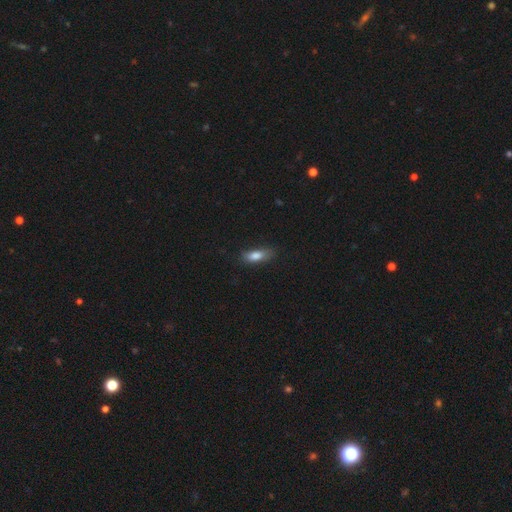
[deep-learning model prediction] The model was most divided on "how rounded": in between: 69%, cigar-shaped: 28%, round: 3%. More confident: smooth or featured — smooth (80%); merging — none (67%).